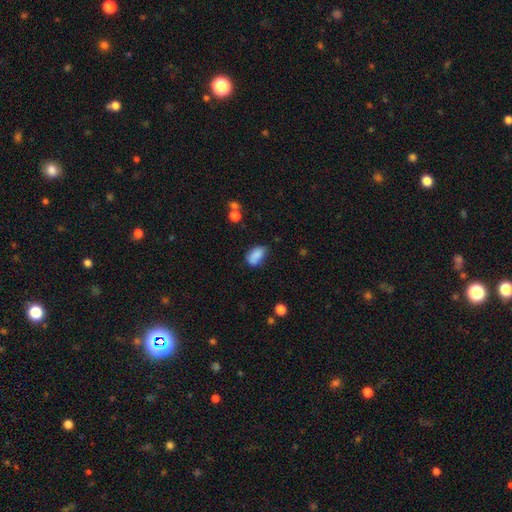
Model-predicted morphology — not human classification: Q: Smooth or featured?
A: smooth (85%); runner-up: star or artifact (9%)
Q: How rounded?
A: in between (90%); runner-up: round (7%)
Q: Merging?
A: none (53%); runner-up: minor disturbance (33%)